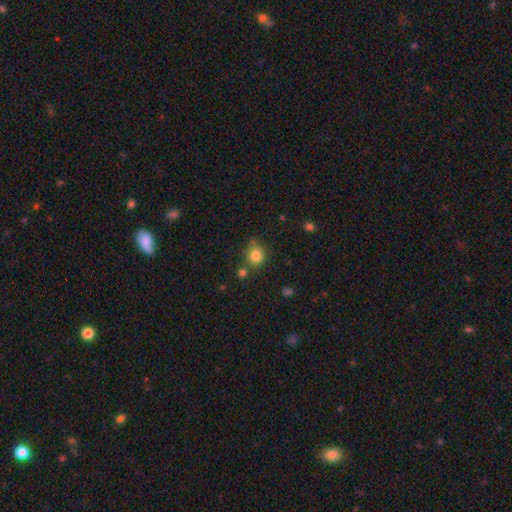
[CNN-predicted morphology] The model was most divided on "merging": none: 68%, minor disturbance: 16%, merger: 12%, major disturbance: 4%. More confident: smooth or featured — smooth (82%); how rounded — round (79%).